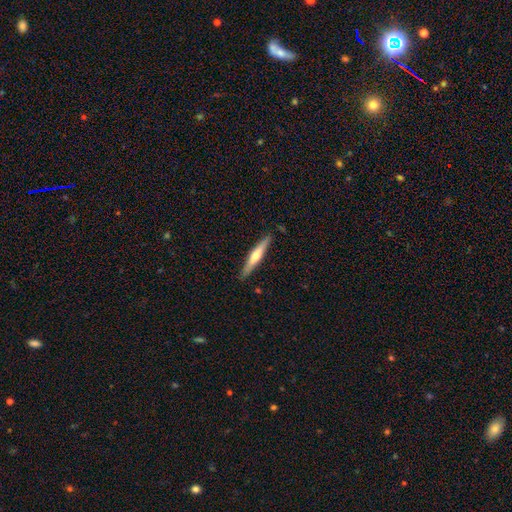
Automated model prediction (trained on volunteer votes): Smooth or featured?
  - featured or disk: 51% *
  - smooth: 44%
  - star or artifact: 5%
Edge-on disk?
  - yes: 95% *
  - no: 5%
Merging?
  - none: 88% *
  - minor disturbance: 9%
  - major disturbance: 2%
  - merger: 1%